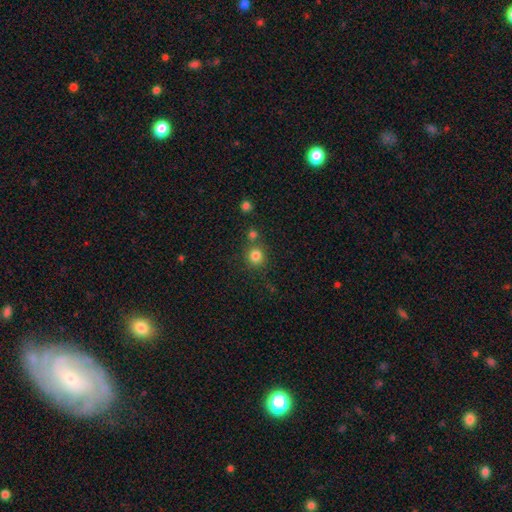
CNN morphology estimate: Q: Smooth or featured?
A: smooth (81%); runner-up: star or artifact (13%)
Q: How rounded?
A: round (90%); runner-up: in between (9%)
Q: Merging?
A: none (73%); runner-up: merger (15%)